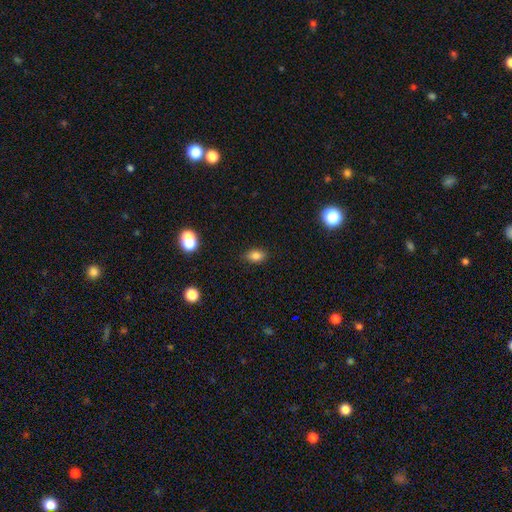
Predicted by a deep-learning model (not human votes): Morphology: type=smooth (81%); roundness=in between (83%); merging=none (86%).